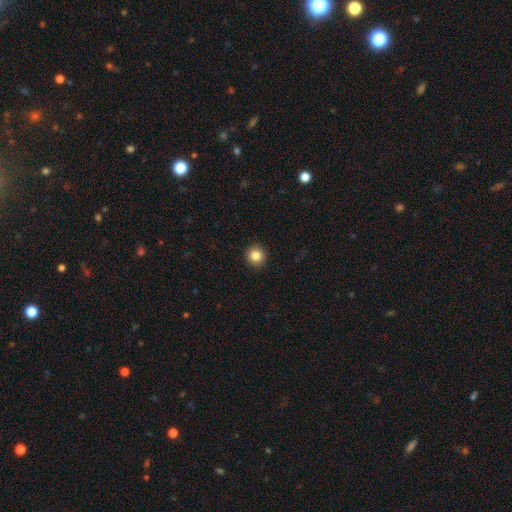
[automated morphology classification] Q: Smooth or featured?
A: smooth (85%); runner-up: star or artifact (10%)
Q: How rounded?
A: round (93%); runner-up: in between (6%)
Q: Merging?
A: none (93%); runner-up: minor disturbance (5%)